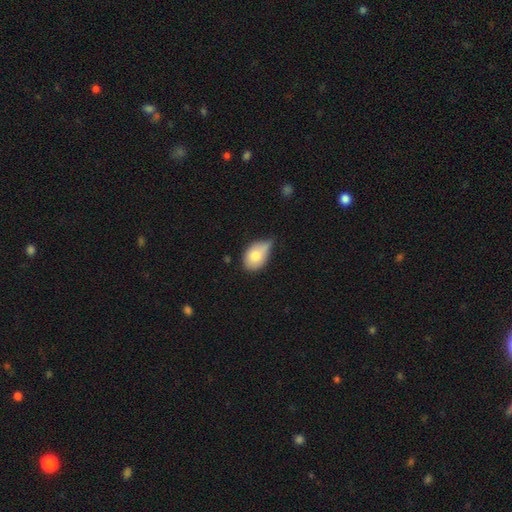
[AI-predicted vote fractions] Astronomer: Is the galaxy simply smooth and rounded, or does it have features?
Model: smooth — 77%.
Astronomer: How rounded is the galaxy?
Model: in between — 80%.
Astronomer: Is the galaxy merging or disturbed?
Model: minor disturbance — 52% (runner-up: none, 28%).